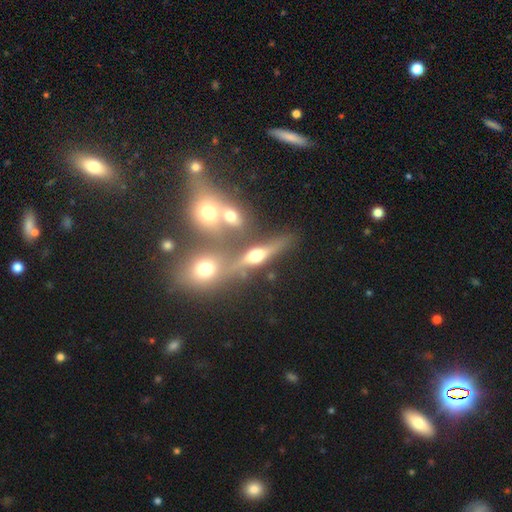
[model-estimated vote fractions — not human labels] A featured or disk galaxy (54%) viewed edge-on (81%). Merging: none (56%).